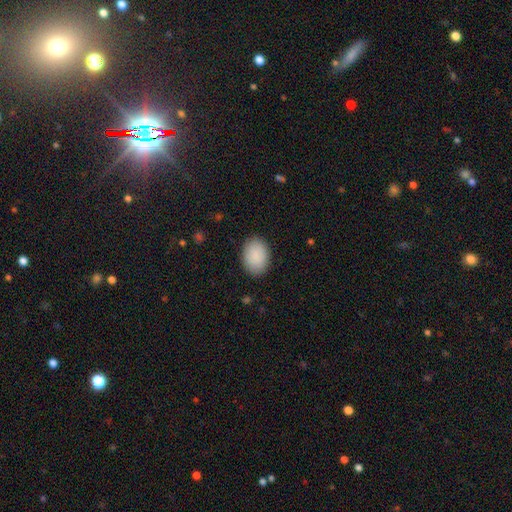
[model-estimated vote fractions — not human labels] A smooth galaxy with no disk features (90%) that is in between round and cigar-shaped (80%).

Vote fractions:
- Smooth or featured? smooth: 90% / star or artifact: 6% / featured or disk: 4%
- How rounded? in between: 80% / round: 19% / cigar-shaped: 1%
- Merging? none: 88% / minor disturbance: 9% / major disturbance: 2% / merger: 1%